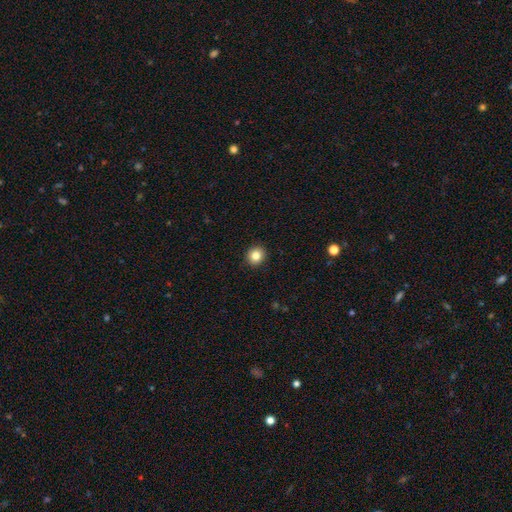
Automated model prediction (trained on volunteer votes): A smooth galaxy with no disk features (84%) that is round (83%).

Vote fractions:
- Smooth or featured? smooth: 84% / star or artifact: 10% / featured or disk: 6%
- How rounded? round: 83% / in between: 17% / cigar-shaped: 1%
- Merging? none: 92% / minor disturbance: 5% / major disturbance: 2% / merger: 1%